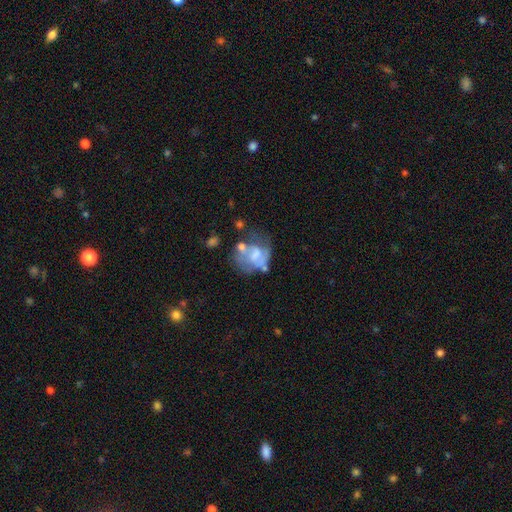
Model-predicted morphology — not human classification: Overall: featured or disk (60%; smooth 31%). Edge-on disk: no (98%). Bar: no (63%; weak 30%). Spiral arms: yes (50%, tied with no). Bulge size: moderate (33%; none 32%). Merging: major disturbance (31%; none 29%).